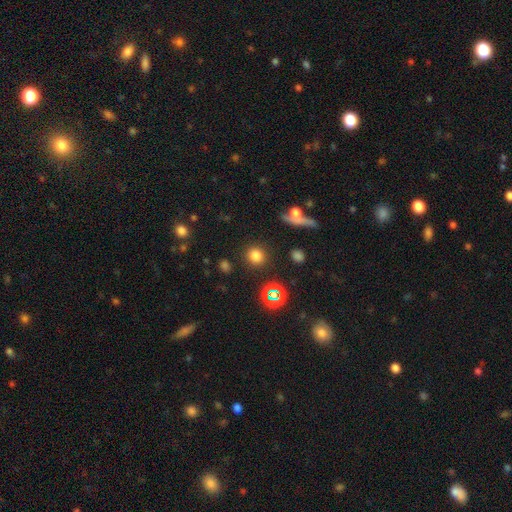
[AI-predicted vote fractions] Morphology: type=smooth (76%); roundness=round (89%); merging=none (87%).